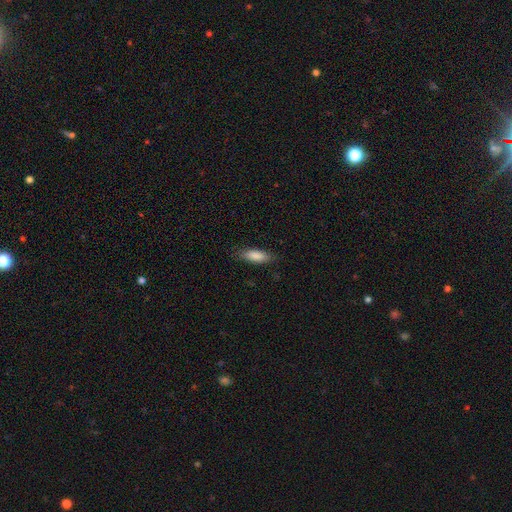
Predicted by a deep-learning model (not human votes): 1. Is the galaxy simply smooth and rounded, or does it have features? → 85% smooth, 9% featured or disk, 6% star or artifact.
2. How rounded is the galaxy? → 62% in between, 36% cigar-shaped, 2% round.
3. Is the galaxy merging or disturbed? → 82% none, 14% minor disturbance, 3% major disturbance, 1% merger.